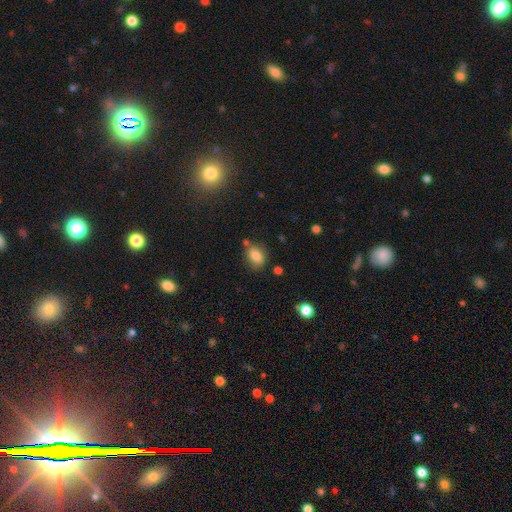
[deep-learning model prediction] Smooth or featured: smooth — 79% (featured or disk — 10%)
How rounded: in between — 69% (round — 29%)
Merging: none — 64% (minor disturbance — 21%)